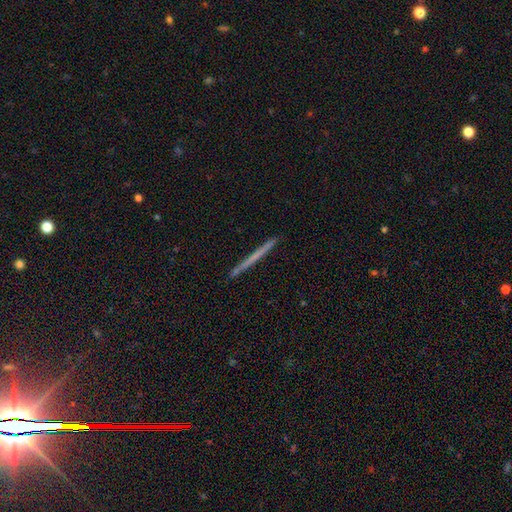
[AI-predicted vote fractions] Smooth or featured?
  - smooth: 48% *
  - featured or disk: 46%
  - star or artifact: 6%
Merging?
  - none: 92% *
  - minor disturbance: 6%
  - merger: 1%
  - major disturbance: 1%